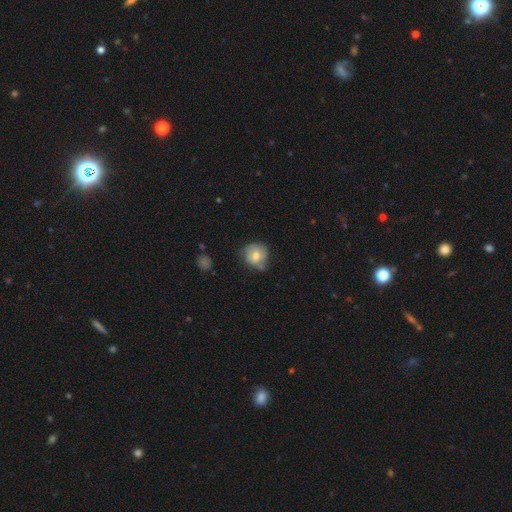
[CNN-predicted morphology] A smooth galaxy with no disk features (66%) that is round (84%).

Vote fractions:
- Smooth or featured? smooth: 66% / featured or disk: 26% / star or artifact: 8%
- How rounded? round: 84% / in between: 15% / cigar-shaped: 1%
- Merging? none: 56% / minor disturbance: 30% / major disturbance: 8% / merger: 5%